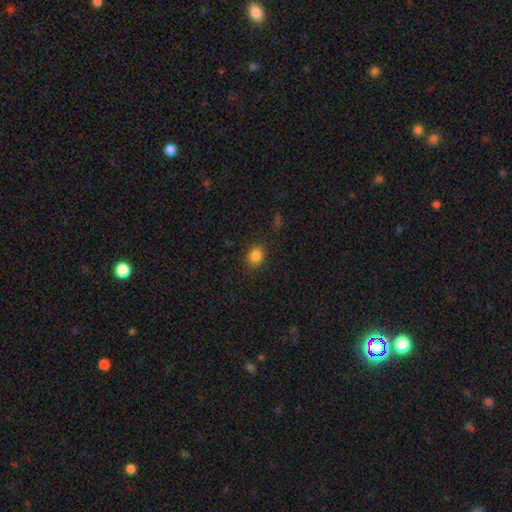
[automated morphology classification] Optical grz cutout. It shows a smooth galaxy with no disk features (84%) that is round (58%). Merging: none (87%).